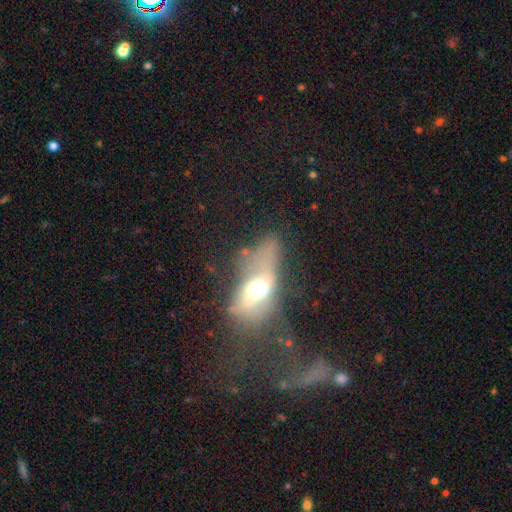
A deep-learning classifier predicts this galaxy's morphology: The model was most divided on "smooth or featured" (2-way tie): featured or disk: 43%, smooth: 43%, star or artifact: 14%. Remaining: merging — major disturbance (46%).